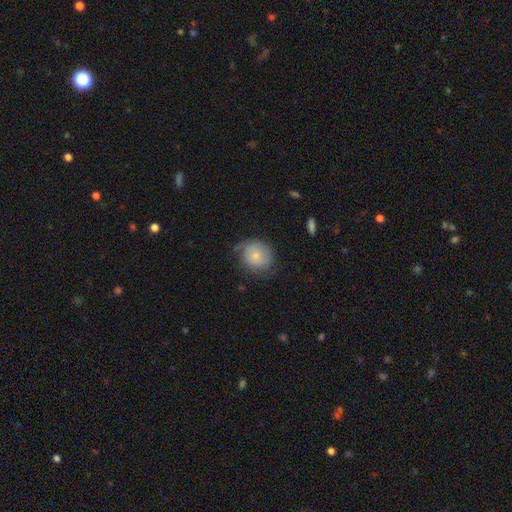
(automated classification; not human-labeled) This is likely a smooth galaxy (74%). How rounded: clearly round (83%). Merging: possibly none (58%).